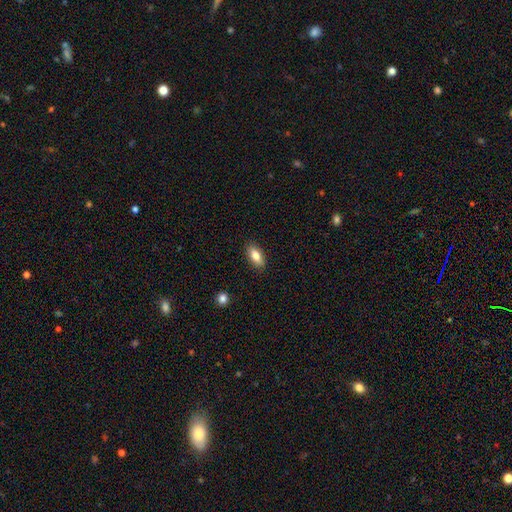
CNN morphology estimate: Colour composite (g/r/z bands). It shows a smooth galaxy with no disk features (82%) that is in between round and cigar-shaped (86%). Merging: none (88%).